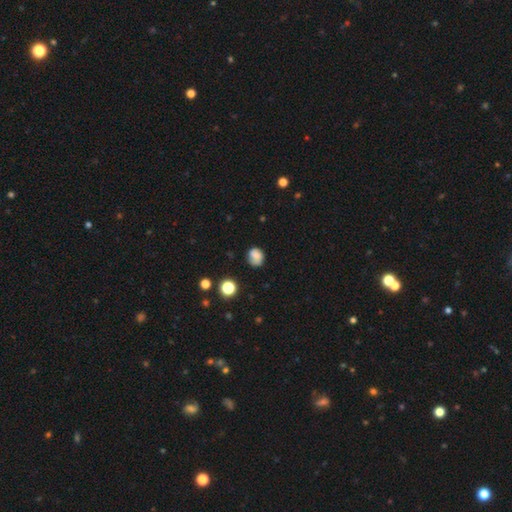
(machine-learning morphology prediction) smooth-or-featured: smooth: 79% | star or artifact: 11% | featured or disk: 10%
  how-rounded: round: 67% | in between: 33% | cigar-shaped: 1%
  merging: none: 63% | minor disturbance: 25% | major disturbance: 8% | merger: 4%